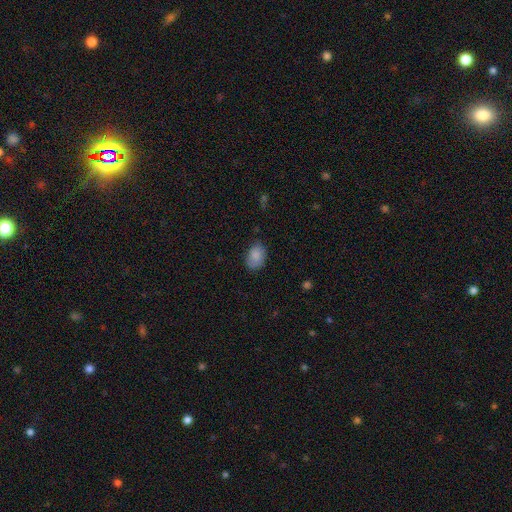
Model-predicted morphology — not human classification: smooth 84%, featured or disk 8%, star or artifact 8%. Down the decision tree: how rounded — in between (81%); merging — none (70%).